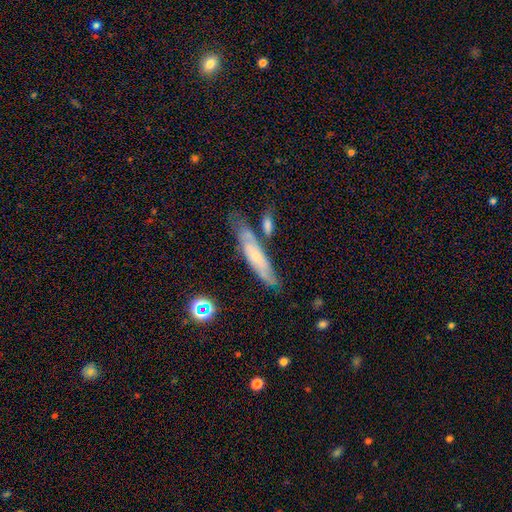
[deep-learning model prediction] Smooth or featured: featured or disk — 51% (smooth — 40%)
Edge-on disk: yes — 51% (no — 49%)
Merging: none — 63% (minor disturbance — 20%)